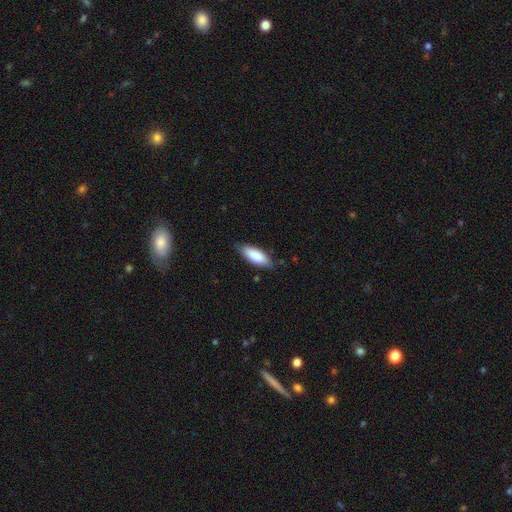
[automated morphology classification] Smooth or featured? smooth (86%)
How rounded? in between (76%)
Merging? none (79%)